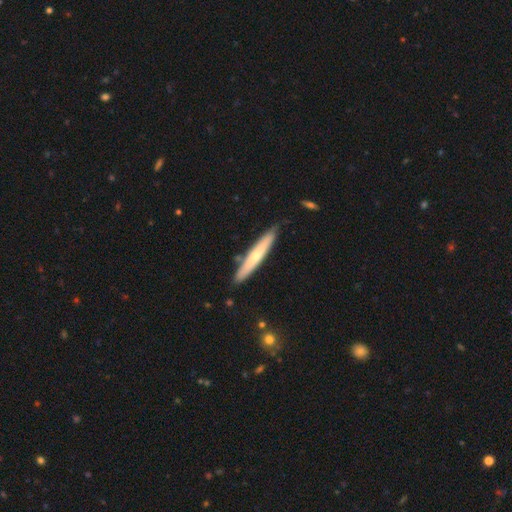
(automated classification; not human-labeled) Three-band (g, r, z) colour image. It shows a smooth galaxy with no disk features (53%) that is cigar-shaped (94%). Merging: none (84%).